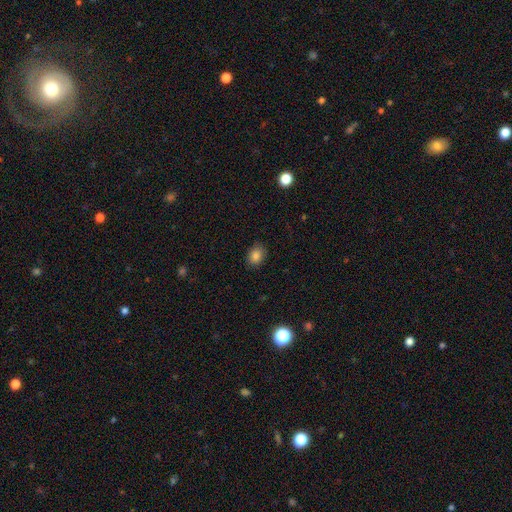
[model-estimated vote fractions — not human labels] Overall: smooth (84%). How rounded: in between (63%; round 36%). Merging: none (85%).